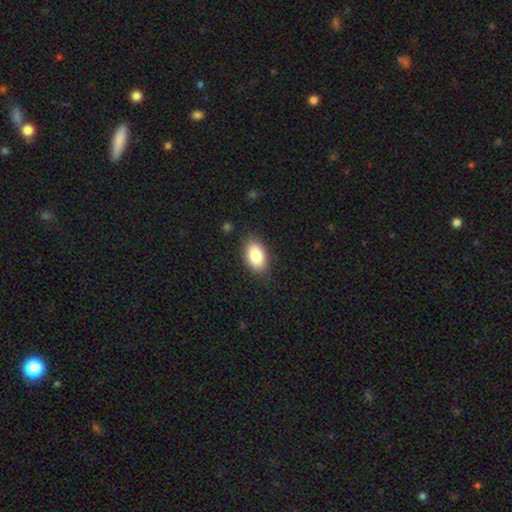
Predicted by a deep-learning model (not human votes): Morphology: type=smooth (86%); roundness=in between (92%); merging=none (84%).